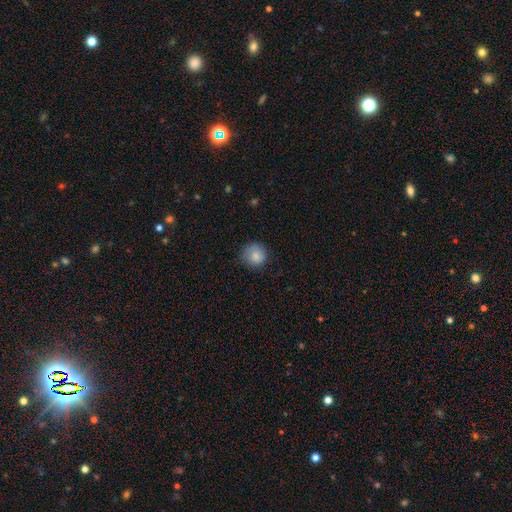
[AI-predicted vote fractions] This appears to be a smooth galaxy with no disk features (85%) that is round (90%). Merging: none (75%).